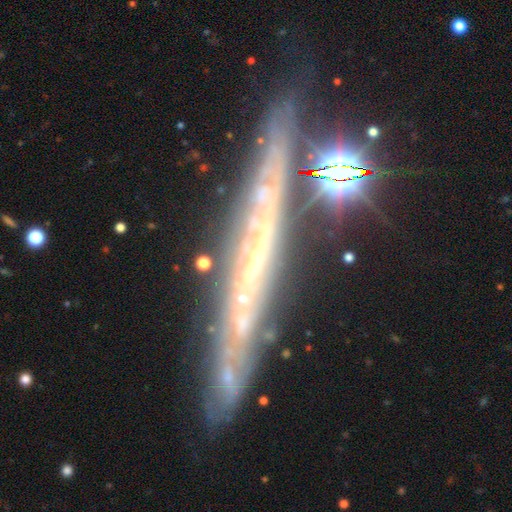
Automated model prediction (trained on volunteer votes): Q: Smooth or featured?
A: featured or disk (71%); runner-up: smooth (17%)
Q: Edge-on disk?
A: yes (86%); runner-up: no (14%)
Q: Edge-on bulge?
A: none (87%); runner-up: rounded (8%)
Q: Merging?
A: none (78%); runner-up: minor disturbance (14%)